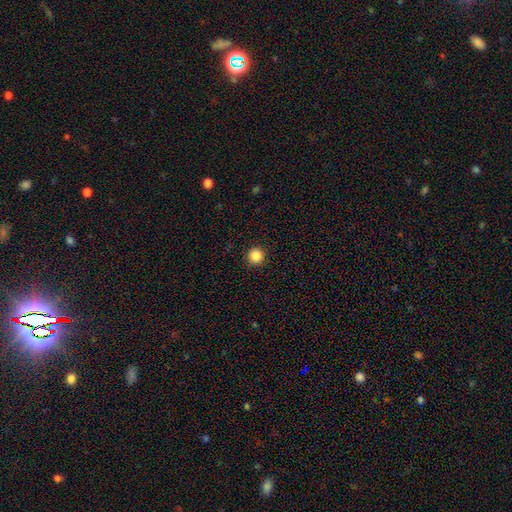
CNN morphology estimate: This appears to be a smooth galaxy with no disk features (86%) that is round (96%). Merging: none (93%).